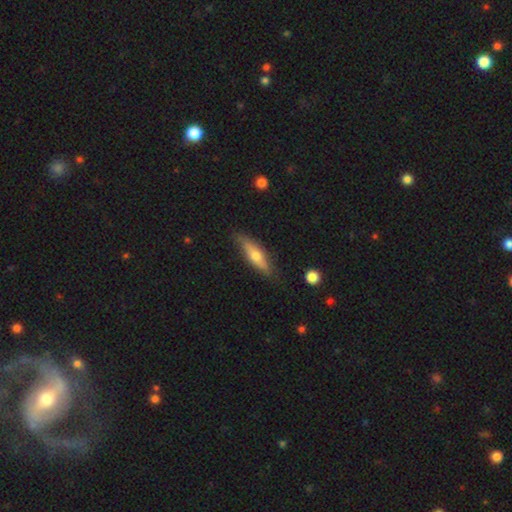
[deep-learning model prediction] Smooth or featured? Predicted: smooth (p=0.51). How rounded? Predicted: cigar-shaped (p=0.61). Merging? Predicted: none (p=0.77).